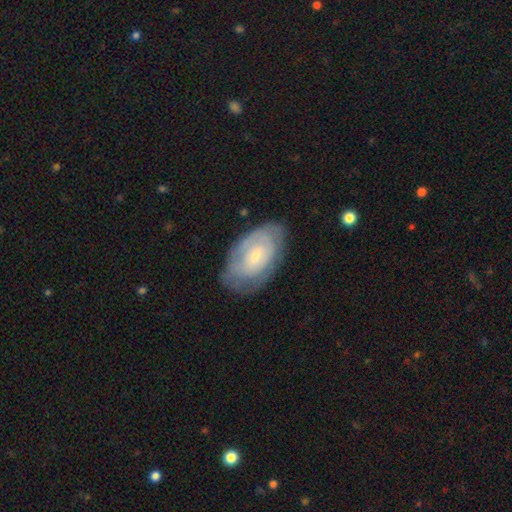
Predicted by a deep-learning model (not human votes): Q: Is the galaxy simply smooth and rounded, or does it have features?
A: featured or disk — 62%.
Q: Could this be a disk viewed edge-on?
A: no — 94%.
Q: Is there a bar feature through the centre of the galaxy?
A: no — 62%.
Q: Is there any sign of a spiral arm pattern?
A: yes — 70%.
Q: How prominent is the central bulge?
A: small — 69%.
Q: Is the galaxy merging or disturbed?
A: none — 71%.